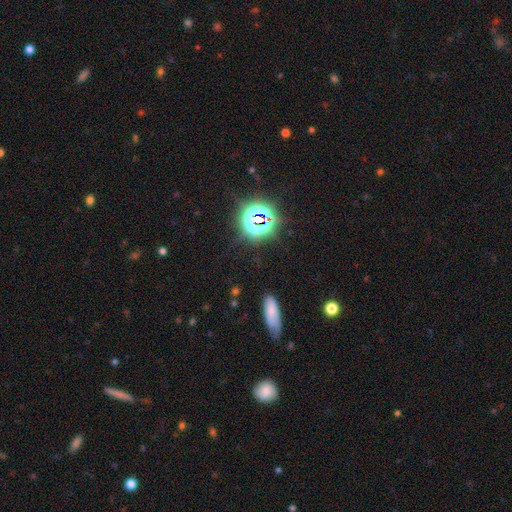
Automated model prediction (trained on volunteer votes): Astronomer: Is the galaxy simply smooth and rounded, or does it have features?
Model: star or artifact — 64%.